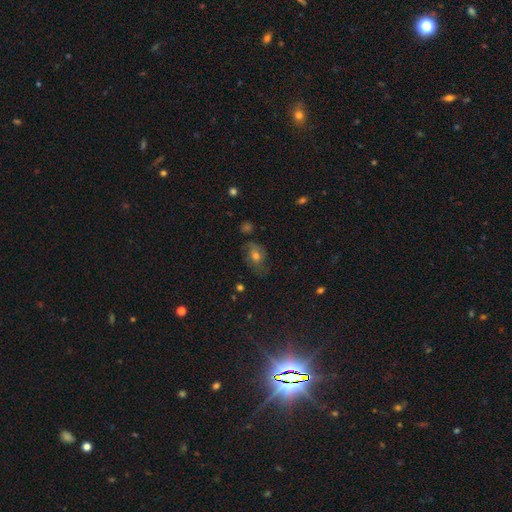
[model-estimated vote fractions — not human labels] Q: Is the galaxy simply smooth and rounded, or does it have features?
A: smooth — 39%, tied with featured or disk.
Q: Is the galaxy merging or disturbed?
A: none — 62%.